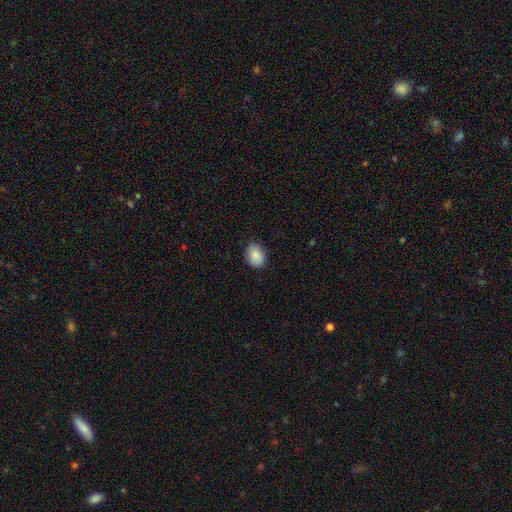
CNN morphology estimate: Smooth or featured? Predicted: smooth (p=0.88). How rounded? Predicted: in between (p=0.75). Merging? Predicted: none (p=0.83).